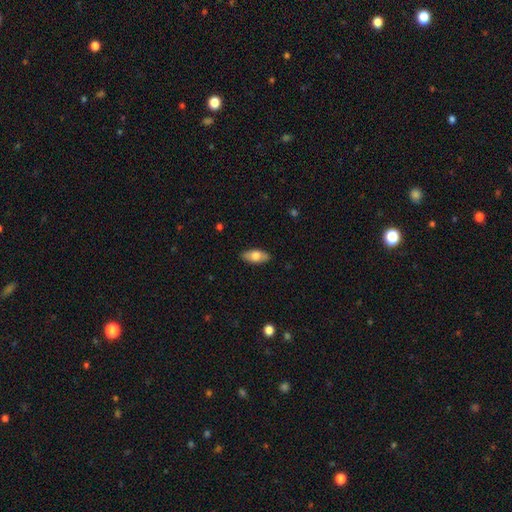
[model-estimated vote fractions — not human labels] smooth_or_featured: smooth (p=0.72) [alt: featured or disk p=0.22]
how_rounded: in between (p=0.87) [alt: cigar-shaped p=0.10]
merging: none (p=0.87) [alt: minor disturbance p=0.10]